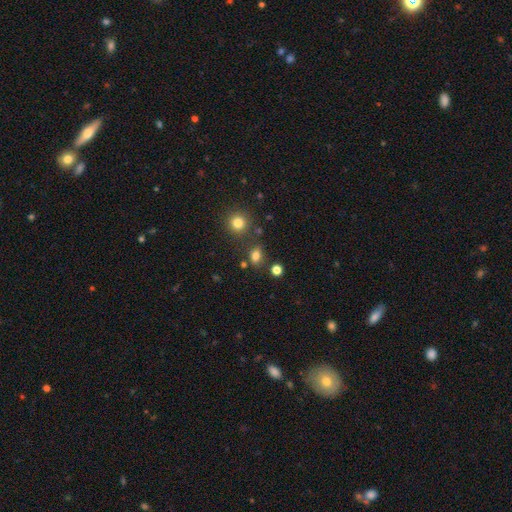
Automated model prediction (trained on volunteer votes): A smooth galaxy with no disk features (79%) that is in between round and cigar-shaped (69%). Merging: none (76%).